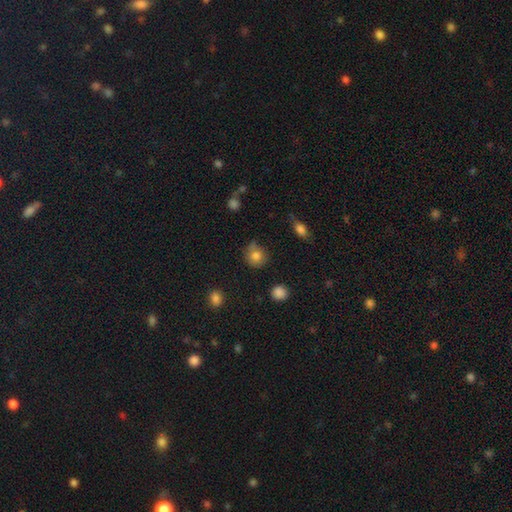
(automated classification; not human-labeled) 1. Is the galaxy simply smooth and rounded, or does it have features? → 80% smooth, 11% star or artifact, 9% featured or disk.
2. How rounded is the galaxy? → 87% round, 12% in between, 1% cigar-shaped.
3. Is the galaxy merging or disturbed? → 69% none, 19% minor disturbance, 8% merger, 5% major disturbance.